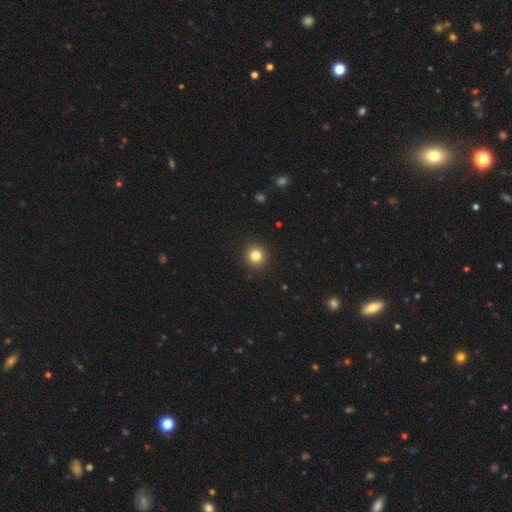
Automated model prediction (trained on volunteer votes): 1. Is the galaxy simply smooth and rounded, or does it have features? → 82% smooth, 12% star or artifact, 6% featured or disk.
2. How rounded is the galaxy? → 94% round, 5% in between, 1% cigar-shaped.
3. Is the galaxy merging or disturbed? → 93% none, 5% minor disturbance, 2% major disturbance, 1% merger.